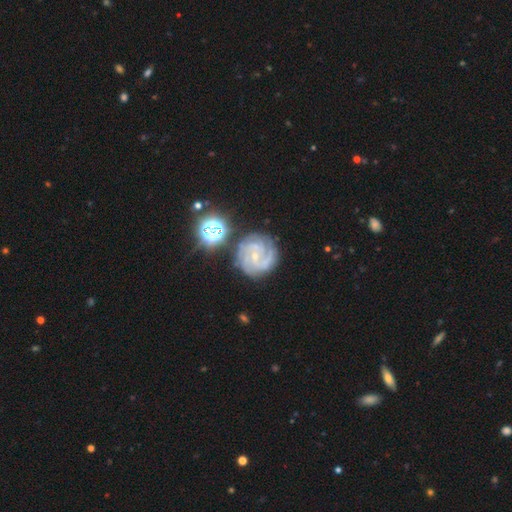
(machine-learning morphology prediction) featured or disk 83%, smooth 9%, star or artifact 9%. Down the decision tree: edge-on disk — no (98%); bar — no (55%); spiral arms — yes (97%); spiral arm count — 3 (36%); spiral winding — tight (66%); bulge size — small (78%); merging — none (74%).